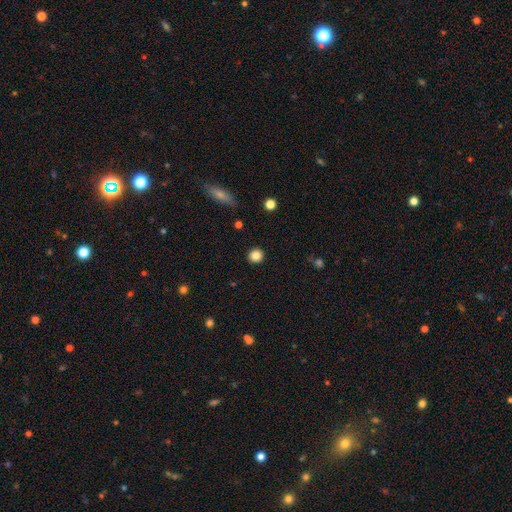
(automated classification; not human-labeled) smooth 84%, star or artifact 11%, featured or disk 5%. Down the decision tree: how rounded — round (91%); merging — none (91%).